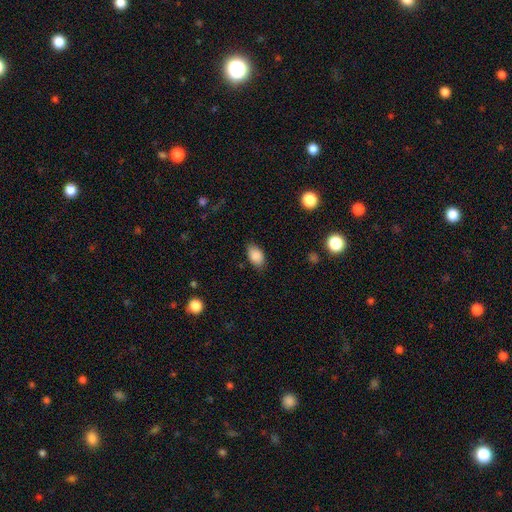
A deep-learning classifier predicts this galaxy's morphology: Smooth or featured? smooth (87%)
How rounded? in between (90%)
Merging? none (80%)